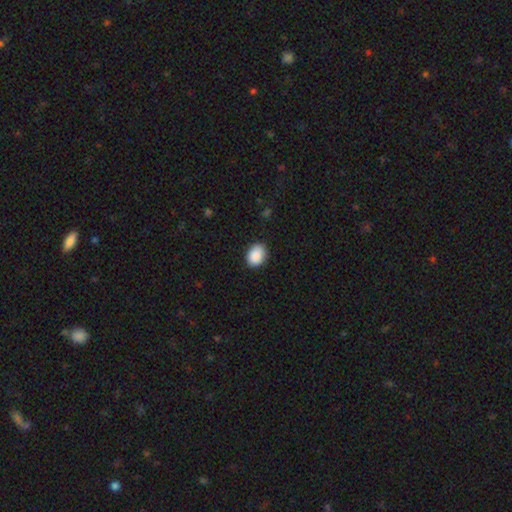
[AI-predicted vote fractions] Overall: smooth (90%). How rounded: in between (65%; round 34%). Merging: none (85%).